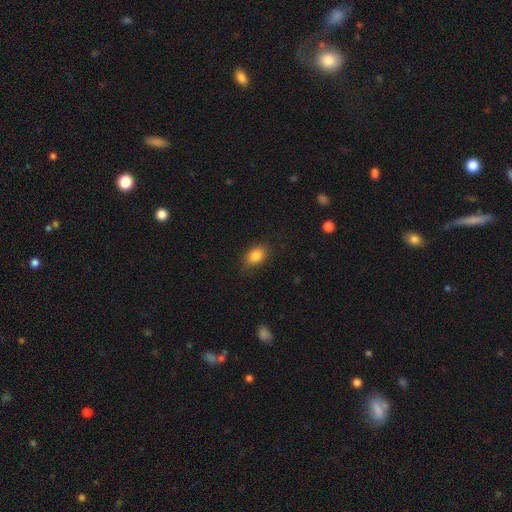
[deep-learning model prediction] This appears to be a smooth galaxy with no disk features (85%) that is in between round and cigar-shaped (78%). Merging: none (80%).